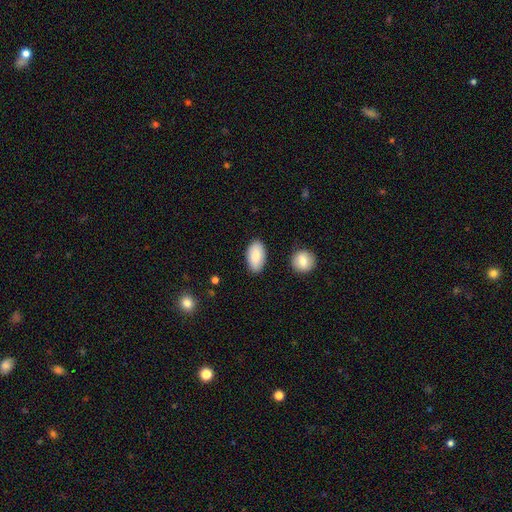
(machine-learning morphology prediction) type=smooth (83%); roundness=in between (94%); merging=none (82%).